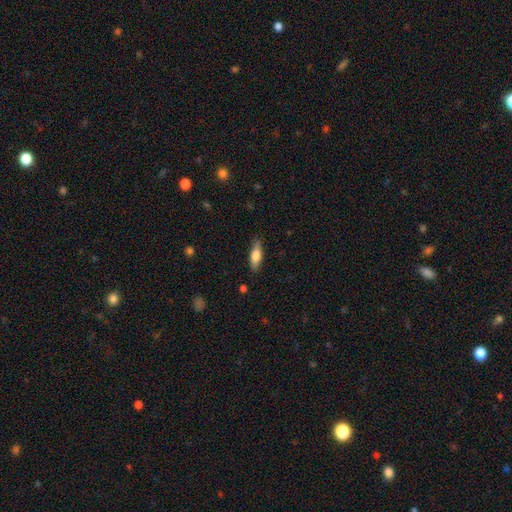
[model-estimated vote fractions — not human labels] smooth 71%, featured or disk 23%, star or artifact 6%. Down the decision tree: how rounded — in between (58%); merging — none (81%).